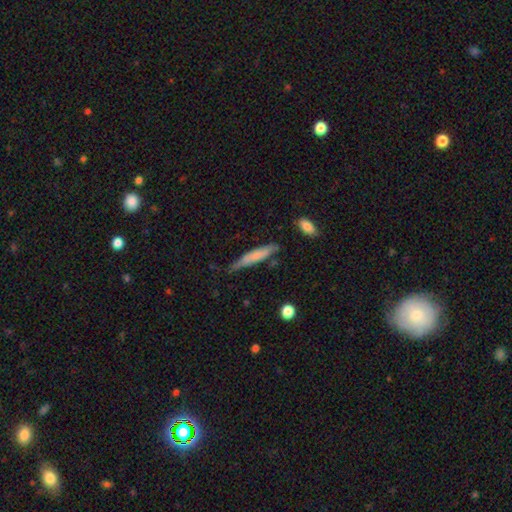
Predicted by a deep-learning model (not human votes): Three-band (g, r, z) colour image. It shows a smooth galaxy with no disk features (63%) that is cigar-shaped (87%). Merging: none (63%).